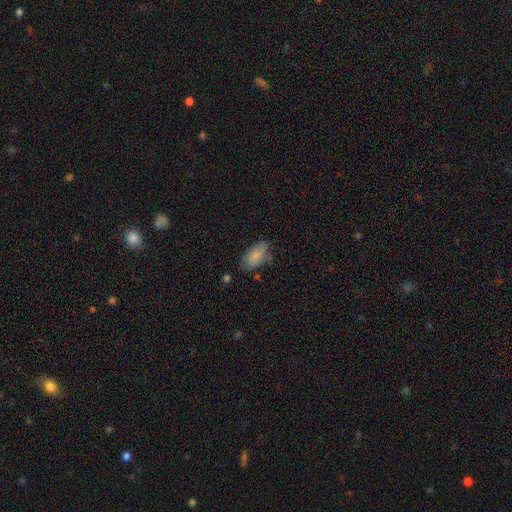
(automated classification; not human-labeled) Q: Smooth or featured?
A: smooth (83%); runner-up: featured or disk (10%)
Q: How rounded?
A: in between (91%); runner-up: cigar-shaped (6%)
Q: Merging?
A: none (71%); runner-up: minor disturbance (21%)